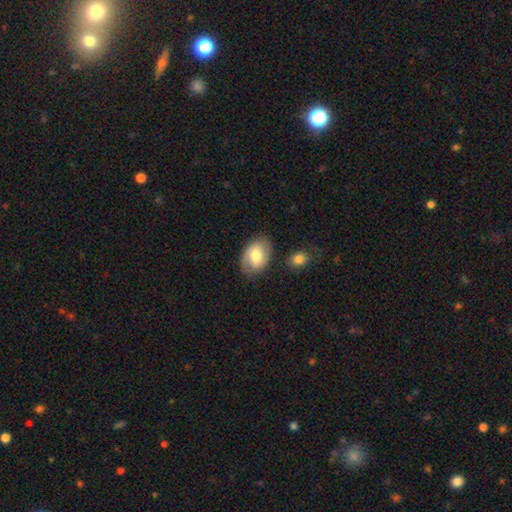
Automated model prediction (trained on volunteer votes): Smooth or featured? smooth (69%)
How rounded? in between (83%)
Merging? none (80%)